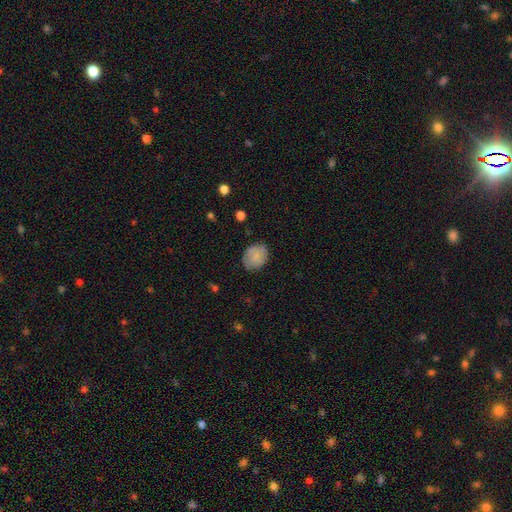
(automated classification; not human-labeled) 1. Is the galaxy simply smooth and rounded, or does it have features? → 73% smooth, 19% featured or disk, 8% star or artifact.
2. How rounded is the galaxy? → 52% round, 47% in between, 1% cigar-shaped.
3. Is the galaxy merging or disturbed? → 75% none, 19% minor disturbance, 4% major disturbance, 1% merger.